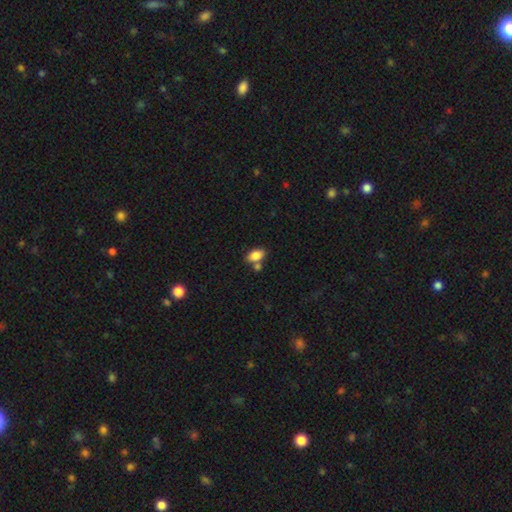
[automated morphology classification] smooth 85%, star or artifact 8%, featured or disk 7%. Down the decision tree: how rounded — in between (90%); merging — none (57%).